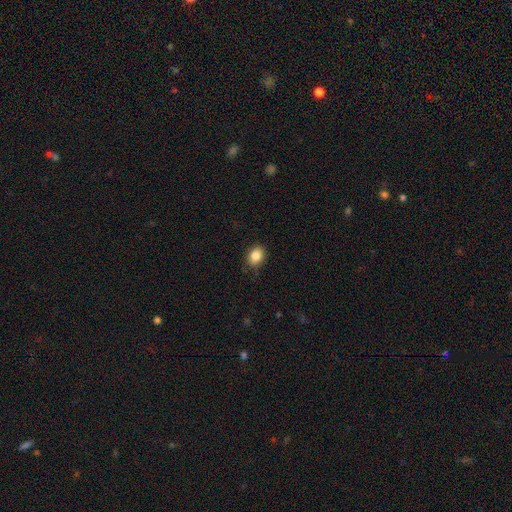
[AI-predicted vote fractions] A smooth galaxy with no disk features (84%) that is in between round and cigar-shaped (55%). Merging: none (86%).